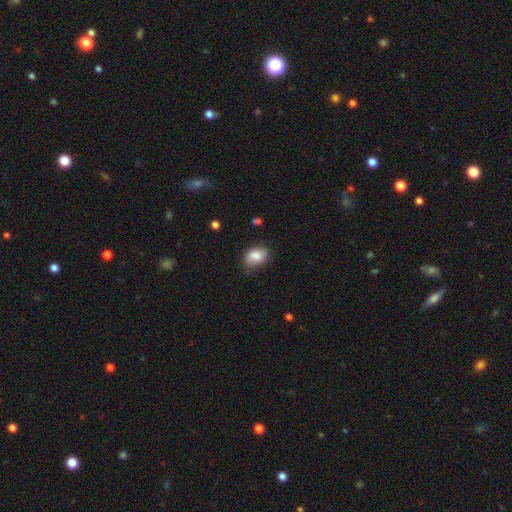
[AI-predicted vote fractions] The model was most divided on "merging": none: 69%, minor disturbance: 24%, major disturbance: 5%, merger: 2%. More confident: smooth or featured — smooth (82%); how rounded — in between (76%).